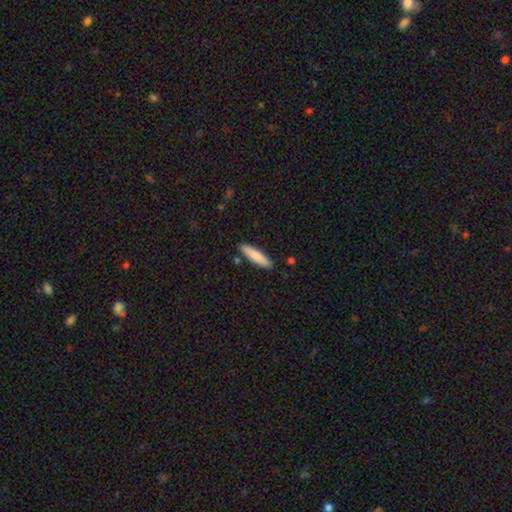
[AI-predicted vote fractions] Morphology: type=smooth (83%); roundness=cigar-shaped (80%); merging=none (87%).